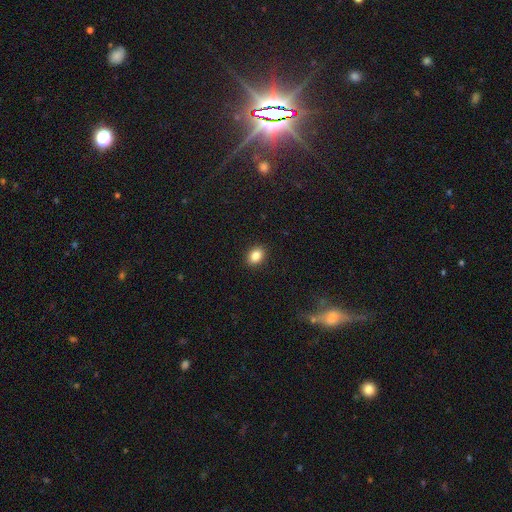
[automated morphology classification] Smooth or featured?
  - smooth: 86% *
  - star or artifact: 9%
  - featured or disk: 5%
How rounded?
  - in between: 68% *
  - round: 31%
  - cigar-shaped: 1%
Merging?
  - none: 90% *
  - minor disturbance: 7%
  - major disturbance: 2%
  - merger: 1%